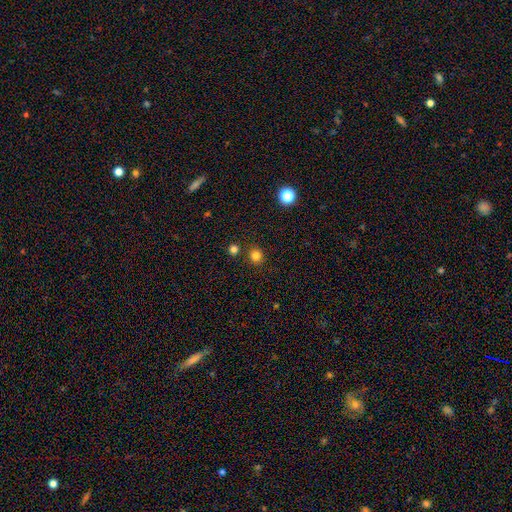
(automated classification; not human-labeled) Smooth or featured? smooth (81%)
How rounded? round (90%)
Merging? none (85%)